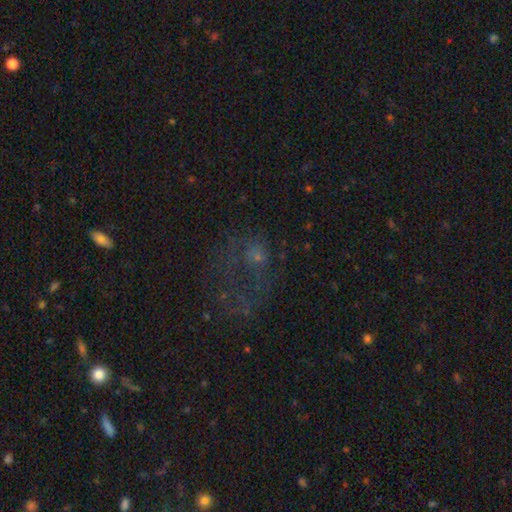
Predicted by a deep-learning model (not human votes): smooth_or_featured: featured or disk (p=0.36) [alt: smooth p=0.35]
merging: major disturbance (p=0.46) [alt: none p=0.35]